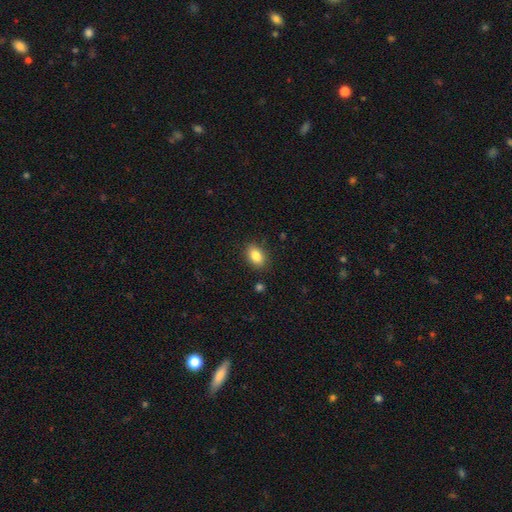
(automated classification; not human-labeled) Q: Smooth or featured?
A: smooth (83%); runner-up: star or artifact (9%)
Q: How rounded?
A: in between (84%); runner-up: round (14%)
Q: Merging?
A: none (86%); runner-up: minor disturbance (10%)